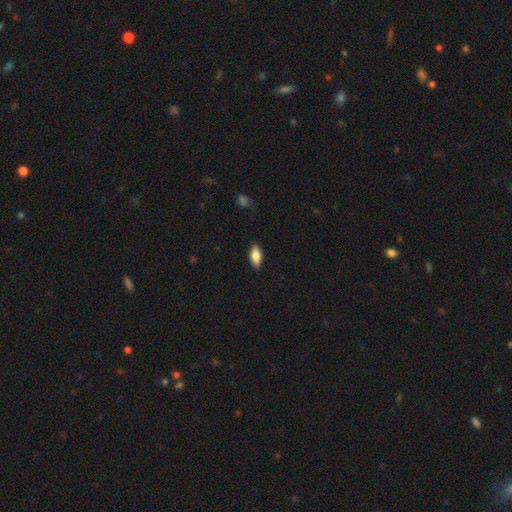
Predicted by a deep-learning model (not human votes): smooth-or-featured: smooth: 83% | featured or disk: 10% | star or artifact: 7%
  how-rounded: in between: 86% | cigar-shaped: 12% | round: 2%
  merging: none: 87% | minor disturbance: 10% | major disturbance: 2% | merger: 1%